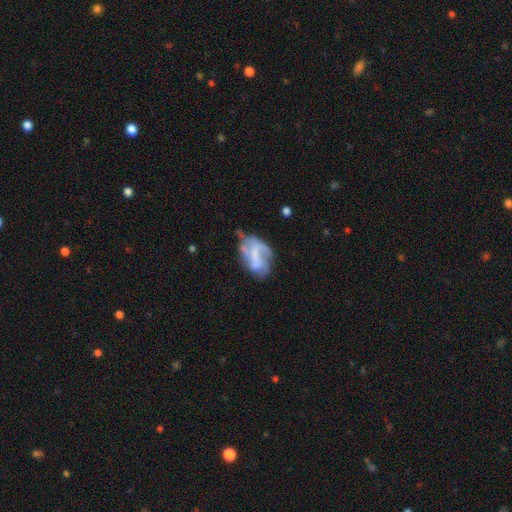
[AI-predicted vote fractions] A featured or disk galaxy (64%) with a weak bar (39%), spiral arms (65%) and no central bulge (52%).

Vote fractions:
- Smooth or featured? featured or disk: 64% / smooth: 28% / star or artifact: 8%
- Edge-on disk? no: 97% / yes: 3%
- Bar? weak: 39% / no: 37% / strong: 24%
- Spiral arms? yes: 65% / no: 35%
- Bulge size? none: 52% / small: 24% / moderate: 18% / large: 5% / dominant: 1%
- Merging? none: 40% / major disturbance: 27% / minor disturbance: 27% / merger: 6%